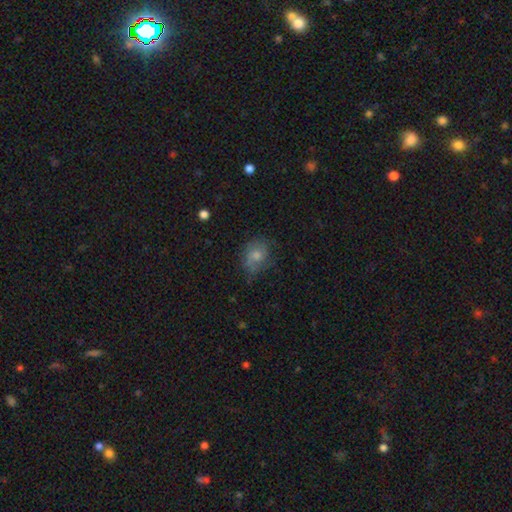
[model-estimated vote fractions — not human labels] Smooth or featured? smooth (52%)
How rounded? in between (54%)
Merging? none (55%)